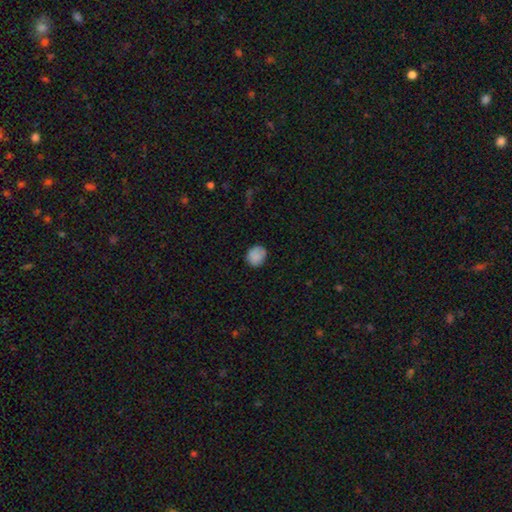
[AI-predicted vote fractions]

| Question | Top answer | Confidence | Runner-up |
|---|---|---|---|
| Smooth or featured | smooth | 85% | star or artifact (9%) |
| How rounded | round | 73% | in between (26%) |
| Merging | none | 78% | minor disturbance (17%) |